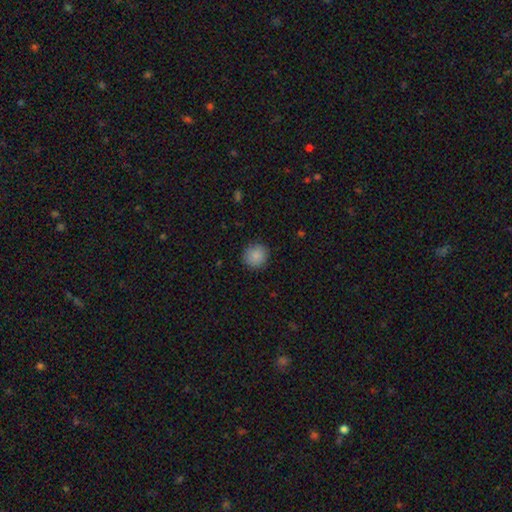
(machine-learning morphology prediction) type=smooth (86%); roundness=round (91%); merging=none (88%).